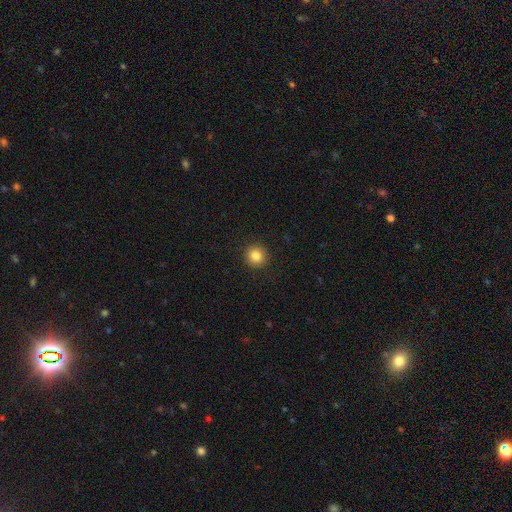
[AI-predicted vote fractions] smooth_or_featured: smooth (p=0.84) [alt: star or artifact p=0.11]
how_rounded: round (p=0.93) [alt: in between p=0.06]
merging: none (p=0.92) [alt: minor disturbance p=0.05]